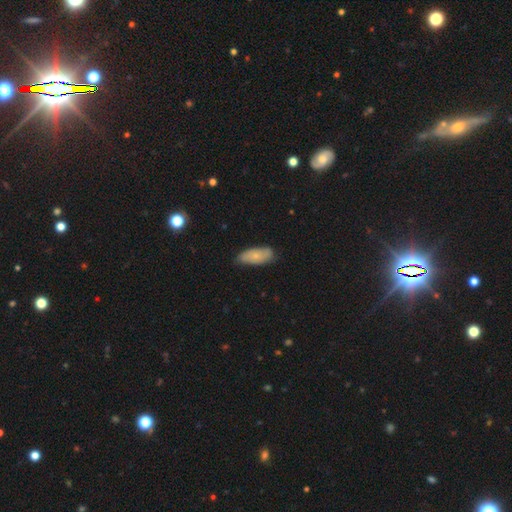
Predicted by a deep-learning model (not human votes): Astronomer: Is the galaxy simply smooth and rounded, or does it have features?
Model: smooth — 69%.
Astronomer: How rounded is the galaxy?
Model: in between — 83%.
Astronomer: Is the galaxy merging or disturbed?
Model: none — 73%.